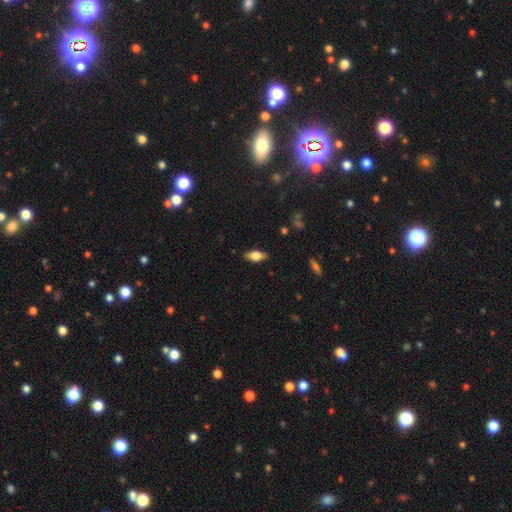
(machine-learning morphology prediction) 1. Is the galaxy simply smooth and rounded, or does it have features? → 55% smooth, 37% featured or disk, 8% star or artifact.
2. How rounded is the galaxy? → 81% in between, 16% cigar-shaped, 4% round.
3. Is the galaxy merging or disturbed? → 86% none, 11% minor disturbance, 2% major disturbance, 1% merger.